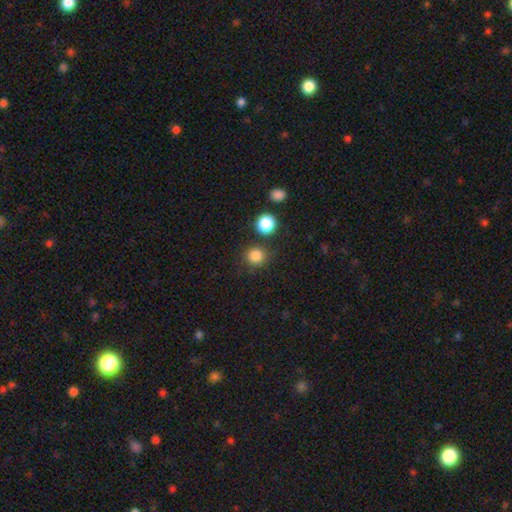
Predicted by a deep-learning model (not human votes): smooth_or_featured: smooth (p=0.83) [alt: star or artifact p=0.12]
how_rounded: round (p=0.91) [alt: in between p=0.08]
merging: none (p=0.81) [alt: minor disturbance p=0.08]